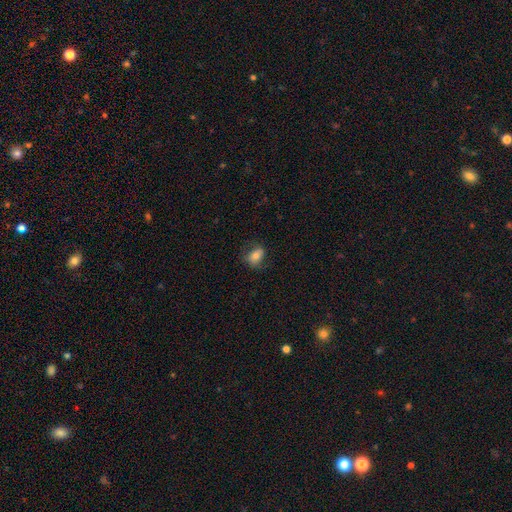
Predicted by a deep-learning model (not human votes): smooth_or_featured: smooth (p=0.74) [alt: featured or disk p=0.17]
how_rounded: in between (p=0.73) [alt: round p=0.25]
merging: none (p=0.70) [alt: minor disturbance p=0.21]